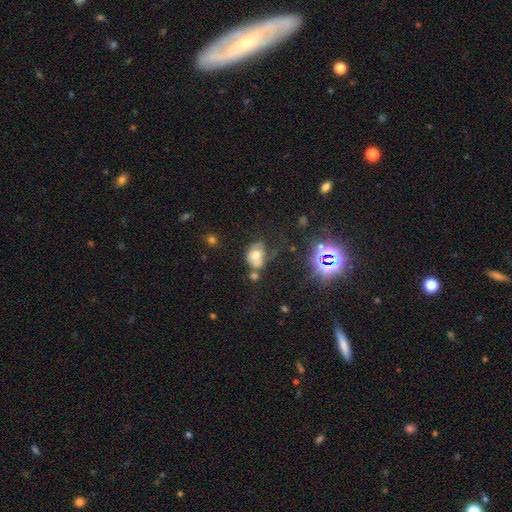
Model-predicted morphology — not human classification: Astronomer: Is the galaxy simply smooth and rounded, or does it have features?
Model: smooth — 58%.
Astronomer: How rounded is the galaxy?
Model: in between — 67%.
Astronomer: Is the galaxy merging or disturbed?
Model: none — 31% (runner-up: minor disturbance, 26%).